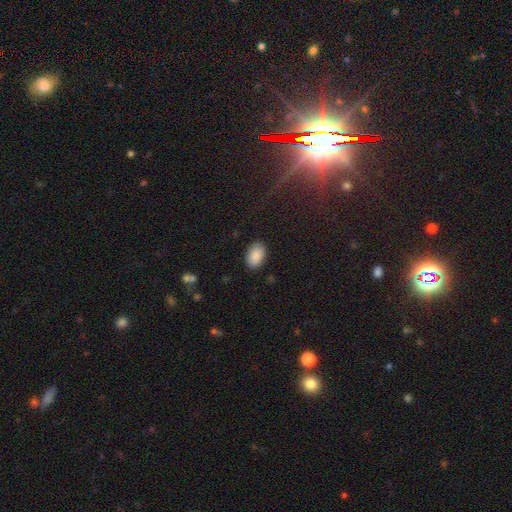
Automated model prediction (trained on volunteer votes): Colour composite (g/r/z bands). It shows a smooth galaxy with no disk features (89%) that is in between round and cigar-shaped (90%). Merging: none (87%).